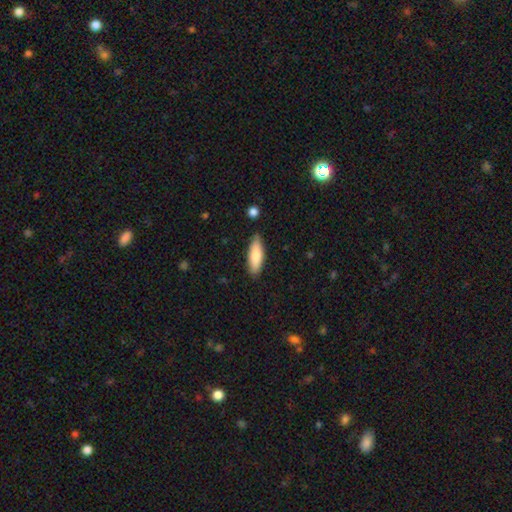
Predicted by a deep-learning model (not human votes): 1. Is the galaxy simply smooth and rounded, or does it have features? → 80% smooth, 15% featured or disk, 6% star or artifact.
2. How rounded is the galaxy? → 60% in between, 38% cigar-shaped, 2% round.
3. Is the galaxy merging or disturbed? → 83% none, 13% minor disturbance, 2% major disturbance, 2% merger.